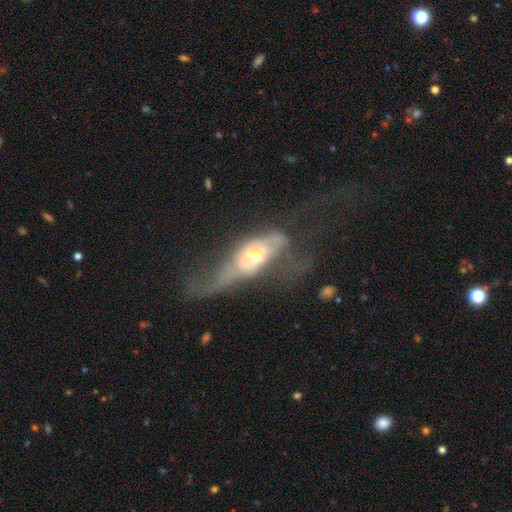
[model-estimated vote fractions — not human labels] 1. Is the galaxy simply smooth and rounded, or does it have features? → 64% featured or disk, 26% smooth, 10% star or artifact.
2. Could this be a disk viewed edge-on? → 79% no, 21% yes.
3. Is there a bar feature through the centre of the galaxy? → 72% no, 20% weak, 8% strong.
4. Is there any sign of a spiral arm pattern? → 62% no, 38% yes.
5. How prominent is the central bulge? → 54% moderate, 35% small, 7% large, 3% none, 2% dominant.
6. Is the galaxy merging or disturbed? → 59% major disturbance, 15% none, 14% merger, 12% minor disturbance.